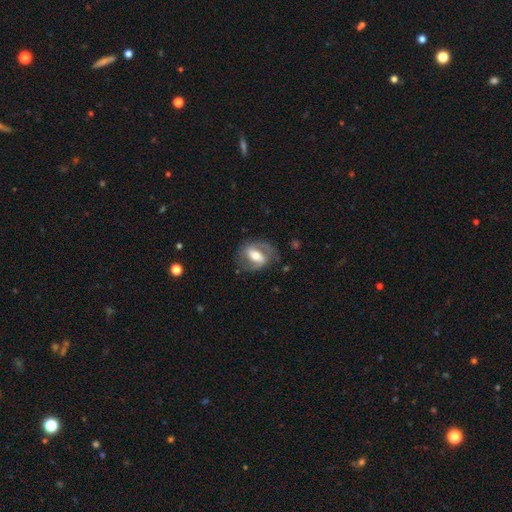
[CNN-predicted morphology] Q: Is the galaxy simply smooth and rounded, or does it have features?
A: featured or disk — 73%.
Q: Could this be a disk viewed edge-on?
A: no — 95%.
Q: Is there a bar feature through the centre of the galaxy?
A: strong — 46%.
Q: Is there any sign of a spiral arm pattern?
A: yes — 82%.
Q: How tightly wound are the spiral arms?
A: medium — 50%.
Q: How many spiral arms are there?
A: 2 — 83%.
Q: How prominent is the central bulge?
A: moderate — 66%.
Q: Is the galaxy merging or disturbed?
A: none — 73%.